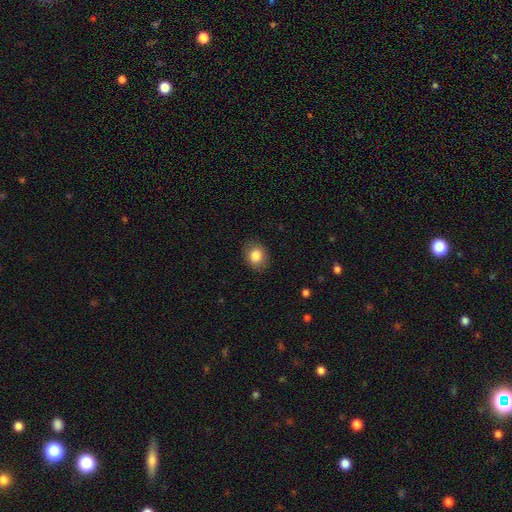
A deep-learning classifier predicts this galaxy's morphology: Overall: smooth (83%). How rounded: round (58%; in between 41%). Merging: none (86%).